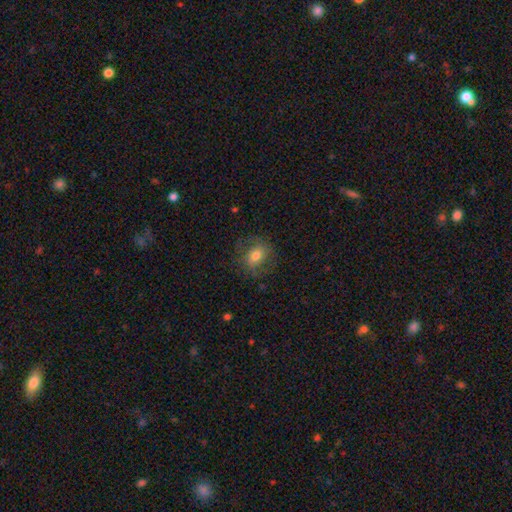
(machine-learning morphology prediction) Overall: smooth (61%; featured or disk 30%). How rounded: round (56%; in between 43%). Merging: none (71%).